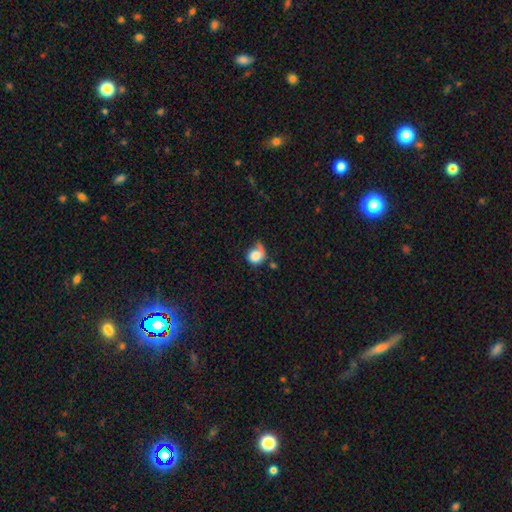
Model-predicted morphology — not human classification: Smooth or featured? smooth (78%)
How rounded? round (77%)
Merging? none (37%)